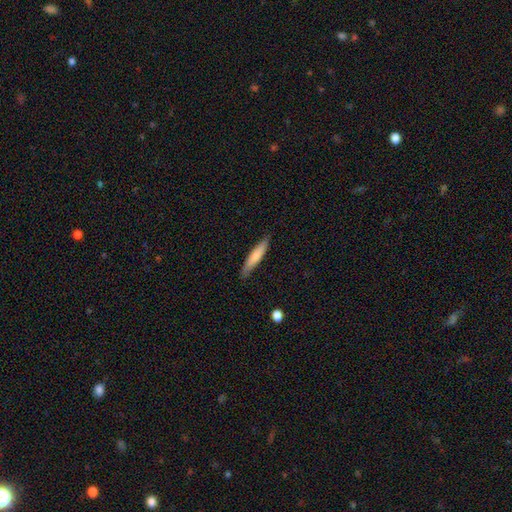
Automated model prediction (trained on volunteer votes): Smooth or featured? Predicted: smooth (p=0.73). How rounded? Predicted: cigar-shaped (p=0.87). Merging? Predicted: none (p=0.85).